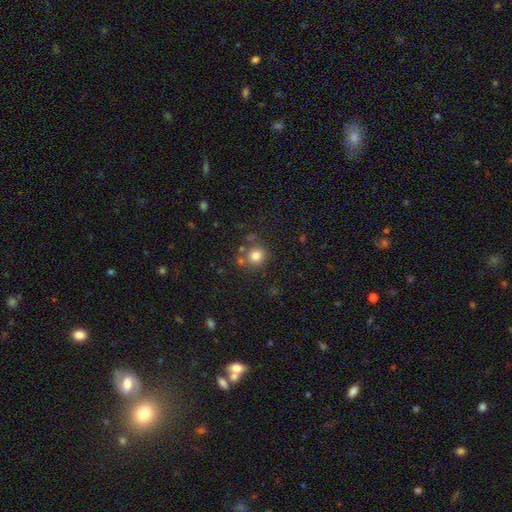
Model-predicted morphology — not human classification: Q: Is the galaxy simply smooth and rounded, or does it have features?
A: smooth — 79%.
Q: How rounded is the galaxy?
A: round — 90%.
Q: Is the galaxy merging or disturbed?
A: none — 72%.